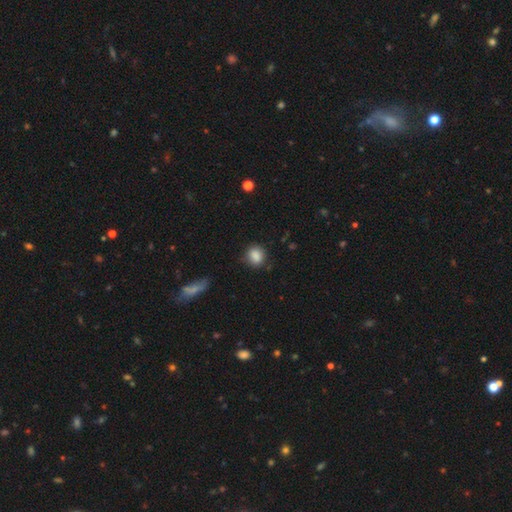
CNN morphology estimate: The model was most divided on "how rounded": round: 66%, in between: 32%, cigar-shaped: 1%. More confident: smooth or featured — smooth (87%); merging — none (78%).